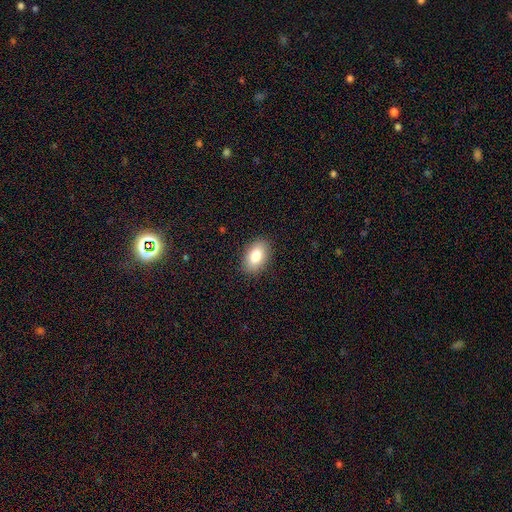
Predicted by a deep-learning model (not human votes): A smooth galaxy with no disk features (82%) that is in between round and cigar-shaped (89%).

Vote fractions:
- Smooth or featured? smooth: 82% / featured or disk: 10% / star or artifact: 8%
- How rounded? in between: 89% / round: 10% / cigar-shaped: 1%
- Merging? none: 89% / minor disturbance: 8% / major disturbance: 2% / merger: 1%